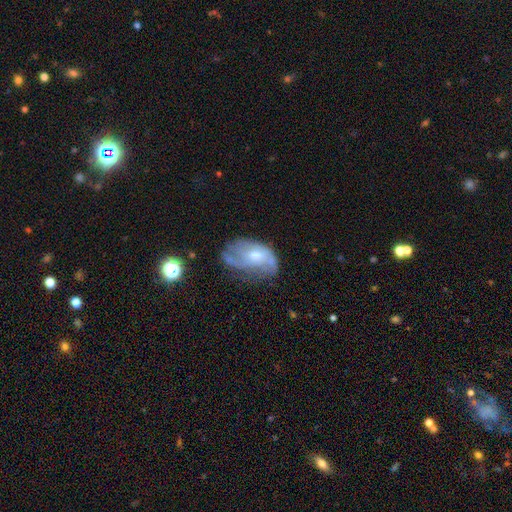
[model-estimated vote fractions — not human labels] Smooth or featured? Predicted: featured or disk (p=0.62). Edge-on disk? Predicted: no (p=0.95). Bar? Predicted: no (p=0.64). Spiral arms? Predicted: yes (p=0.68). Bulge size? Predicted: moderate (p=0.54). Merging? Predicted: none (p=0.39).